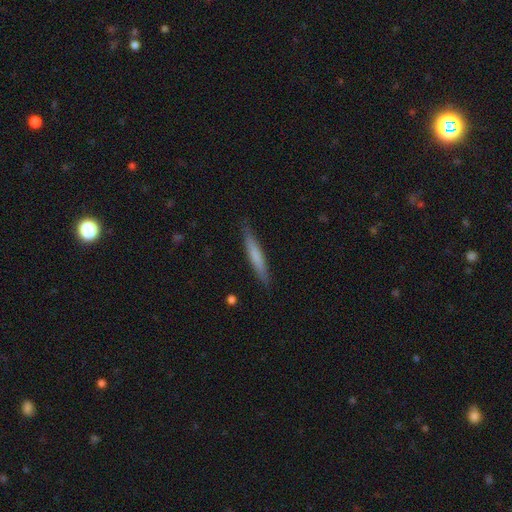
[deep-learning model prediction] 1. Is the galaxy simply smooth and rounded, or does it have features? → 67% smooth, 28% featured or disk, 5% star or artifact.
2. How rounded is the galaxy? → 94% cigar-shaped, 5% in between, 1% round.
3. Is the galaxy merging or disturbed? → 88% none, 9% minor disturbance, 2% major disturbance, 1% merger.